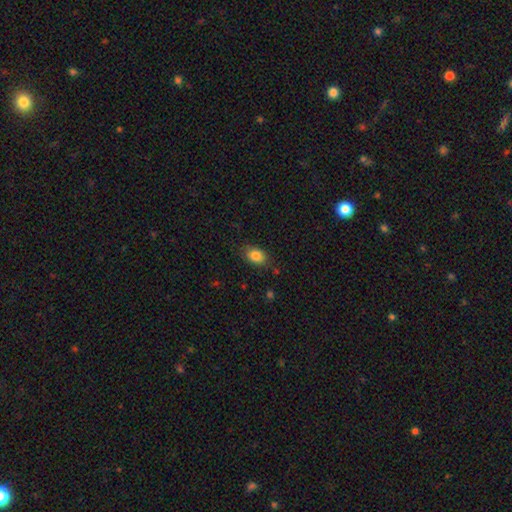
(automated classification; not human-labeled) Smooth or featured? smooth (84%)
How rounded? in between (80%)
Merging? none (80%)